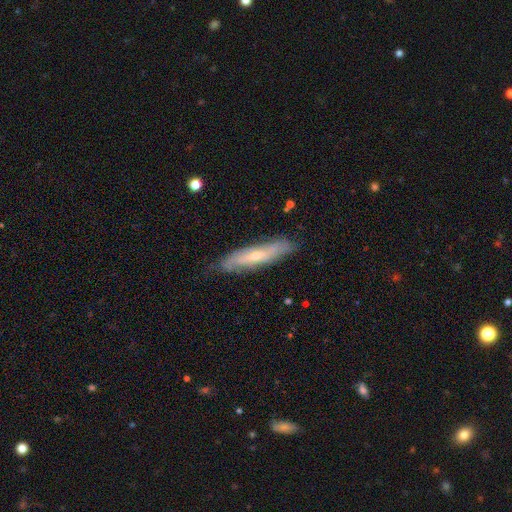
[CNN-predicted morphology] featured or disk 62%, smooth 32%, star or artifact 6%. Down the decision tree: edge-on disk — no (51%); merging — none (77%).